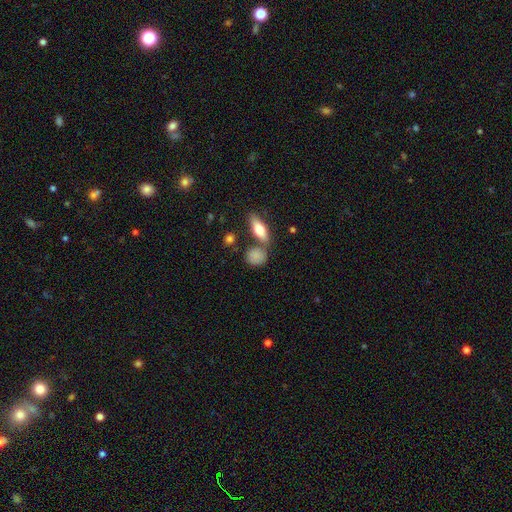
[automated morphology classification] This is clearly a smooth galaxy (80%). How rounded: possibly round (52%). Merging: likely none (66%).